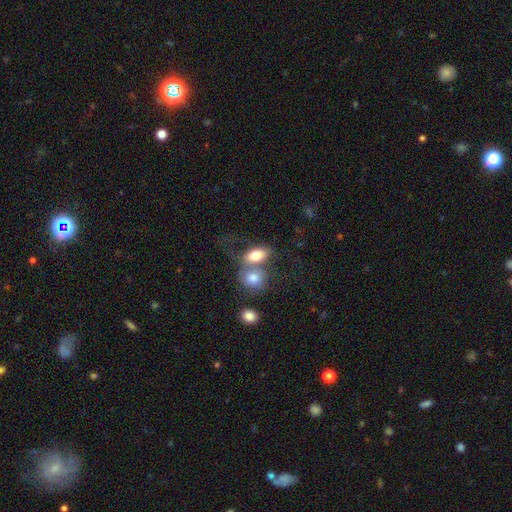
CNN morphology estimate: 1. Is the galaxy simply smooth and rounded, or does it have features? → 78% smooth, 15% featured or disk, 8% star or artifact.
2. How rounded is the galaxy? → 84% in between, 13% round, 4% cigar-shaped.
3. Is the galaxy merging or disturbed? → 56% merger, 27% none, 10% minor disturbance, 7% major disturbance.